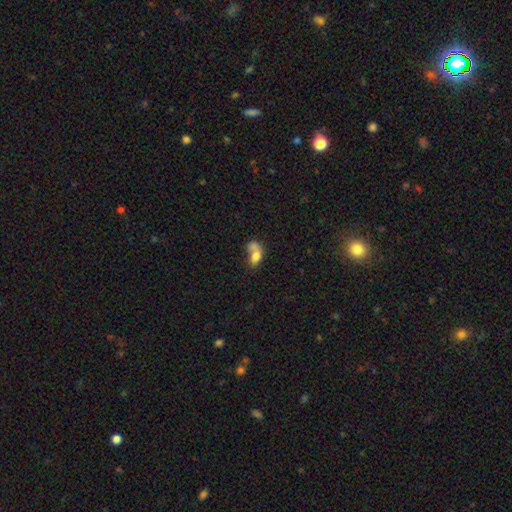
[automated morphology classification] Q: Smooth or featured?
A: smooth (74%); runner-up: featured or disk (17%)
Q: How rounded?
A: in between (80%); runner-up: round (18%)
Q: Merging?
A: merger (62%); runner-up: none (19%)